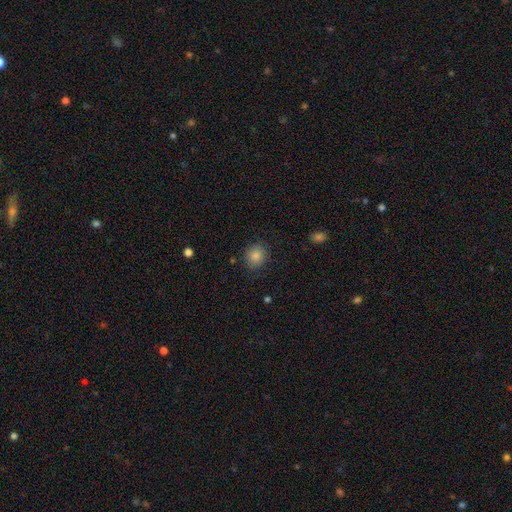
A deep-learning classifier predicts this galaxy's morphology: smooth_or_featured: smooth (p=0.84) [alt: star or artifact p=0.10]
how_rounded: round (p=0.76) [alt: in between p=0.23]
merging: none (p=0.86) [alt: minor disturbance p=0.10]